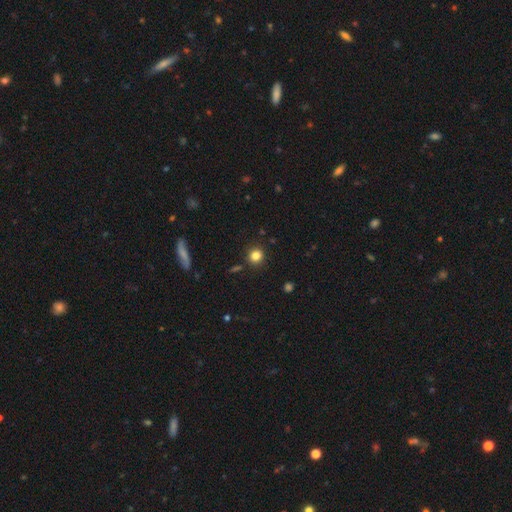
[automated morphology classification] This appears to be a smooth galaxy with no disk features (83%) that is round (87%). Merging: none (89%).